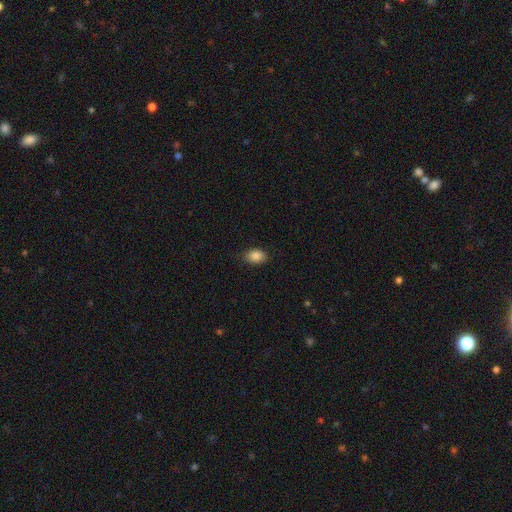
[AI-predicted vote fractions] Smooth or featured?
  - smooth: 87% *
  - star or artifact: 8%
  - featured or disk: 4%
How rounded?
  - in between: 84% *
  - round: 15%
  - cigar-shaped: 1%
Merging?
  - none: 83% *
  - minor disturbance: 13%
  - major disturbance: 3%
  - merger: 1%